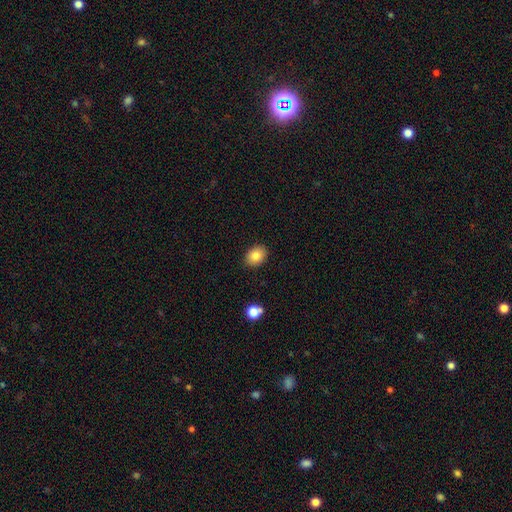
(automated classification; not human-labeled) This appears to be a smooth galaxy with no disk features (84%) that is in between round and cigar-shaped (63%). Merging: none (88%).